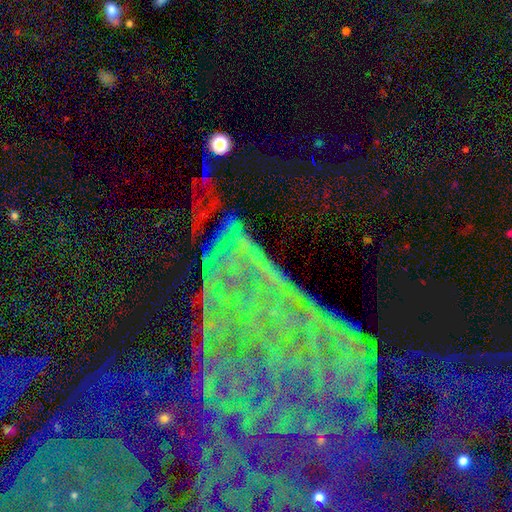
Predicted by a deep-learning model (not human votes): Morphology: type=star or artifact (66%).